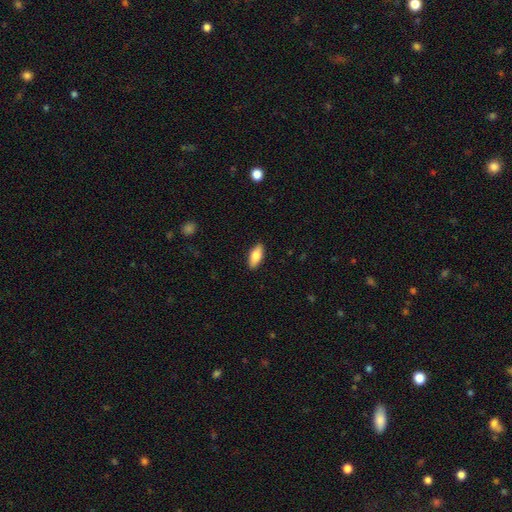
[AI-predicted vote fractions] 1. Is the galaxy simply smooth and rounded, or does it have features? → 74% smooth, 20% featured or disk, 6% star or artifact.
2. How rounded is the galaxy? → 80% in between, 17% cigar-shaped, 3% round.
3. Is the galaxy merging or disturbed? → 89% none, 8% minor disturbance, 2% major disturbance, 1% merger.